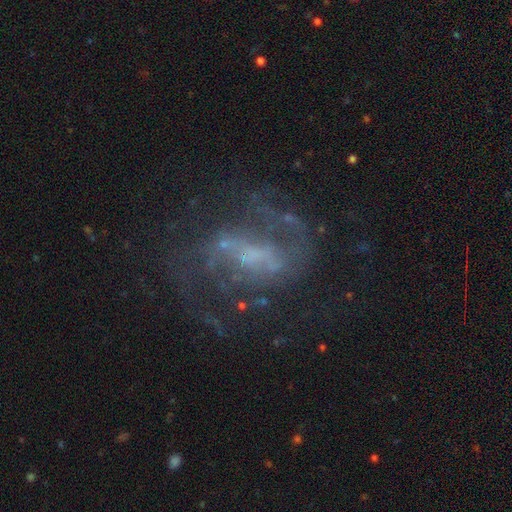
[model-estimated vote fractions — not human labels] Q: Smooth or featured?
A: featured or disk (80%); runner-up: star or artifact (11%)
Q: Edge-on disk?
A: no (97%); runner-up: yes (3%)
Q: Bar?
A: weak (44%); runner-up: no (29%)
Q: Spiral arms?
A: yes (83%); runner-up: no (17%)
Q: Spiral winding?
A: medium (47%); runner-up: loose (35%)
Q: Spiral arm count?
A: 2 (69%); runner-up: can't tell (16%)
Q: Bulge size?
A: small (38%); runner-up: none (35%)
Q: Merging?
A: none (58%); runner-up: major disturbance (22%)